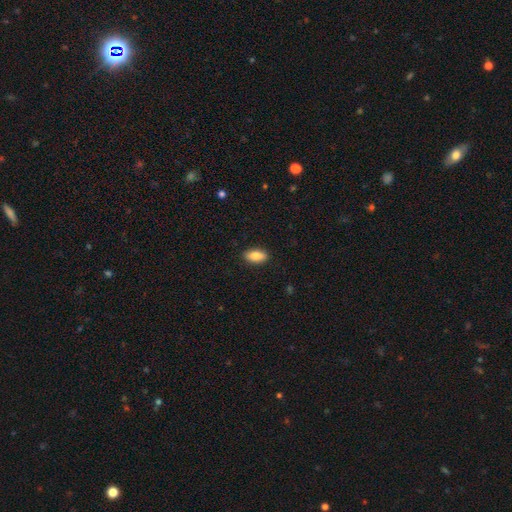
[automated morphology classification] Q: Smooth or featured?
A: smooth (85%); runner-up: featured or disk (9%)
Q: How rounded?
A: in between (88%); runner-up: cigar-shaped (9%)
Q: Merging?
A: none (89%); runner-up: minor disturbance (8%)